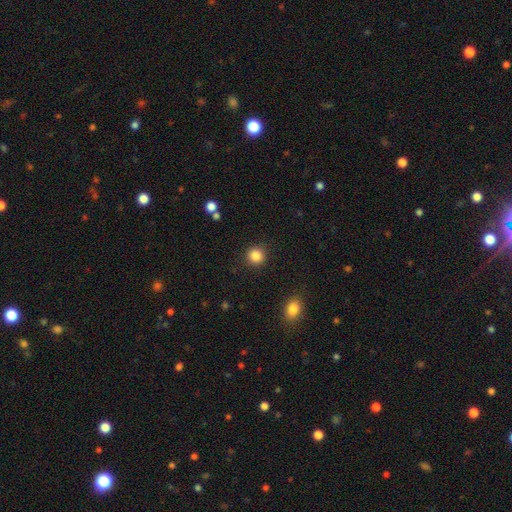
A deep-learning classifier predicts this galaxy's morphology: type=smooth (86%); roundness=round (93%); merging=none (89%).